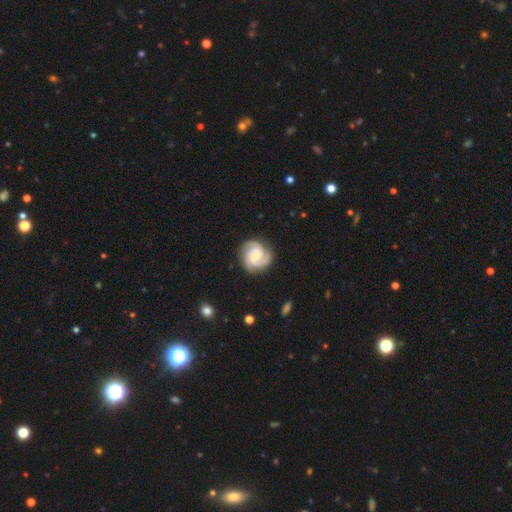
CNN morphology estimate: Q: Smooth or featured?
A: featured or disk (86%); runner-up: smooth (9%)
Q: Edge-on disk?
A: no (98%); runner-up: yes (2%)
Q: Bar?
A: no (58%); runner-up: weak (35%)
Q: Spiral arms?
A: yes (98%); runner-up: no (2%)
Q: Spiral winding?
A: tight (54%); runner-up: medium (39%)
Q: Spiral arm count?
A: 3 (52%); runner-up: 2 (31%)
Q: Bulge size?
A: small (59%); runner-up: moderate (30%)
Q: Merging?
A: none (83%); runner-up: minor disturbance (12%)